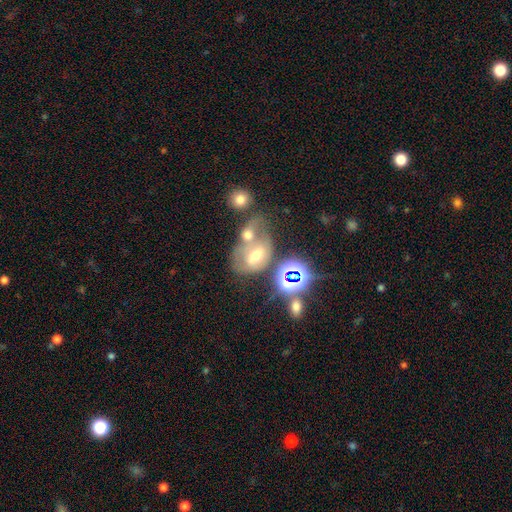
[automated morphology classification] Overall: smooth (44%; featured or disk 36%). Merging: merger (49%; none 23%).